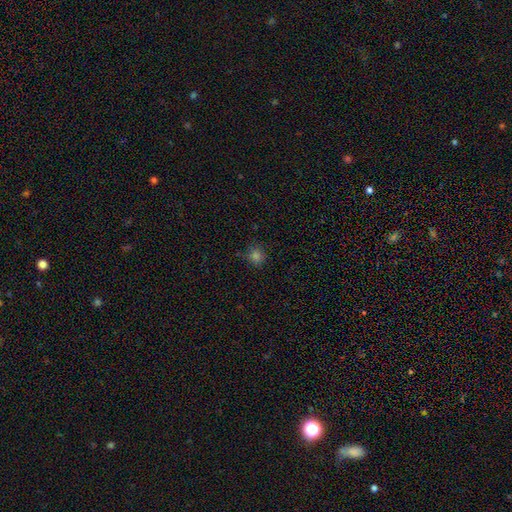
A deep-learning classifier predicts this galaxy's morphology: Smooth or featured?
  - smooth: 76% *
  - star or artifact: 19%
  - featured or disk: 5%
How rounded?
  - round: 85% *
  - in between: 14%
  - cigar-shaped: 1%
Merging?
  - none: 81% *
  - minor disturbance: 13%
  - major disturbance: 3%
  - merger: 2%